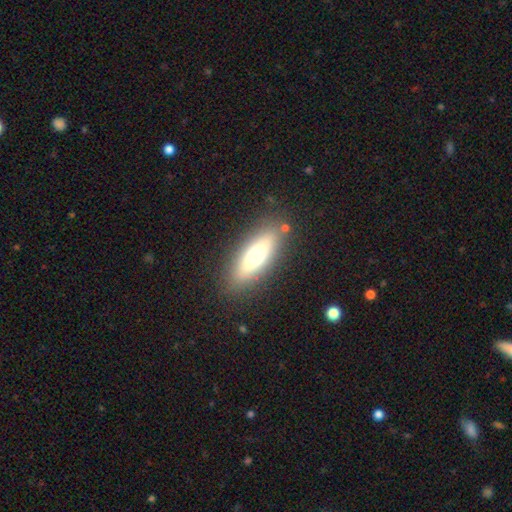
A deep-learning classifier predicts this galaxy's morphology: Smooth or featured?
  - smooth: 62% *
  - featured or disk: 31%
  - star or artifact: 7%
How rounded?
  - in between: 53% *
  - cigar-shaped: 45%
  - round: 3%
Merging?
  - none: 84% *
  - minor disturbance: 10%
  - major disturbance: 3%
  - merger: 2%